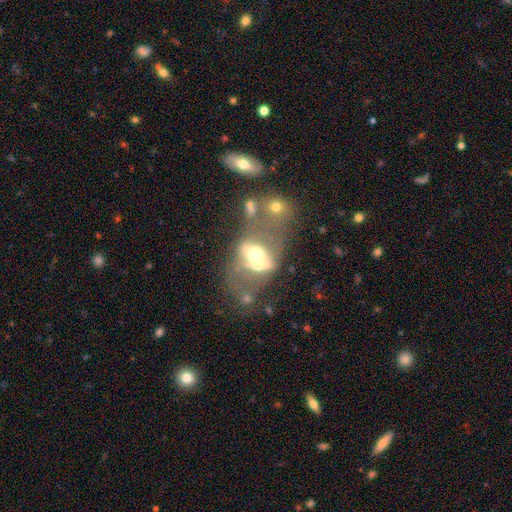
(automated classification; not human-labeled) The model was most divided on "smooth or featured": featured or disk: 53%, smooth: 33%, star or artifact: 14%. Remaining: edge-on disk — no (91%); merging — merger (49%).